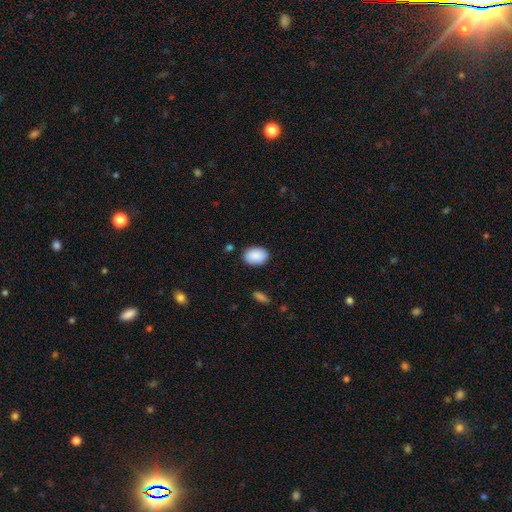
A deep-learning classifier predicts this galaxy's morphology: Smooth or featured? smooth (90%)
How rounded? in between (80%)
Merging? none (86%)